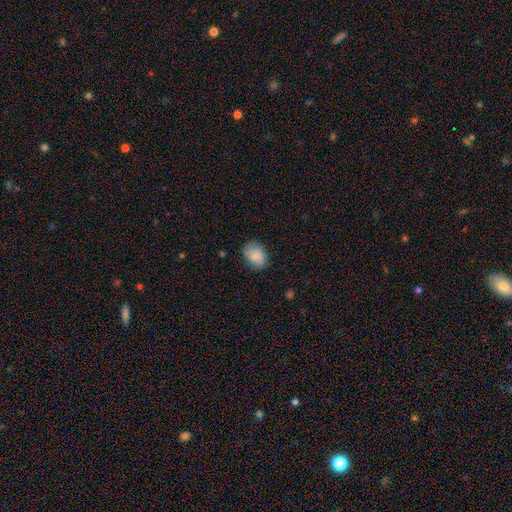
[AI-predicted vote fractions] A smooth galaxy with no disk features (80%) that is in between round and cigar-shaped (69%). Merging: none (72%).